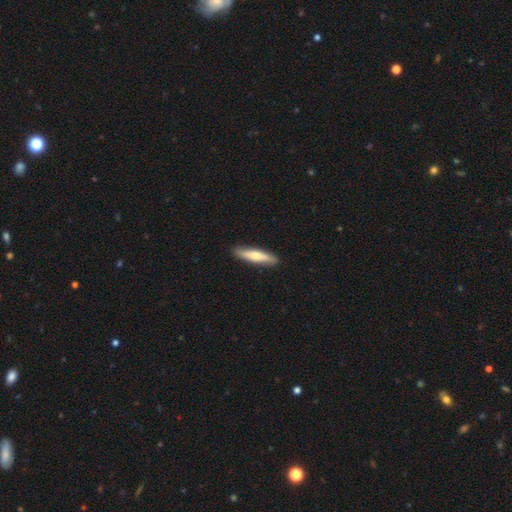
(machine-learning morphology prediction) A smooth galaxy with no disk features (57%) that is cigar-shaped (77%). Merging: none (89%).